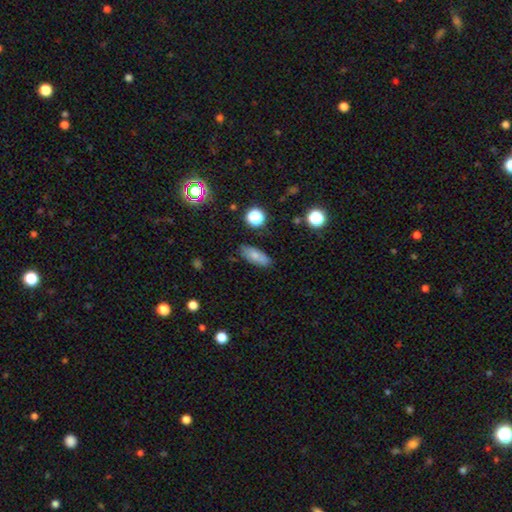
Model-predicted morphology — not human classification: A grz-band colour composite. It shows a smooth galaxy with no disk features (73%) that is in between round and cigar-shaped (77%). Merging: none (80%).